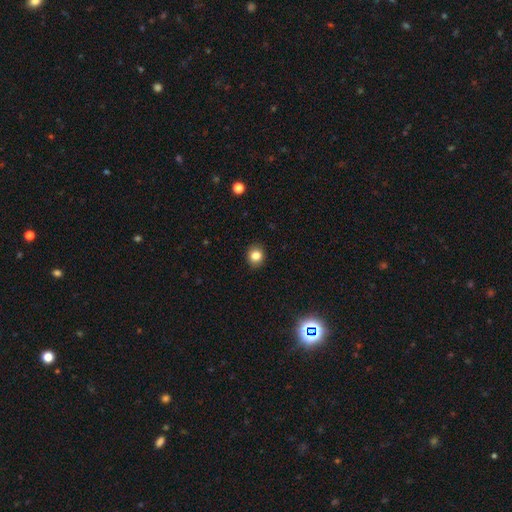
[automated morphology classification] Smooth or featured?
  - smooth: 83% *
  - star or artifact: 11%
  - featured or disk: 6%
How rounded?
  - round: 73% *
  - in between: 26%
  - cigar-shaped: 1%
Merging?
  - none: 90% *
  - minor disturbance: 7%
  - major disturbance: 2%
  - merger: 1%